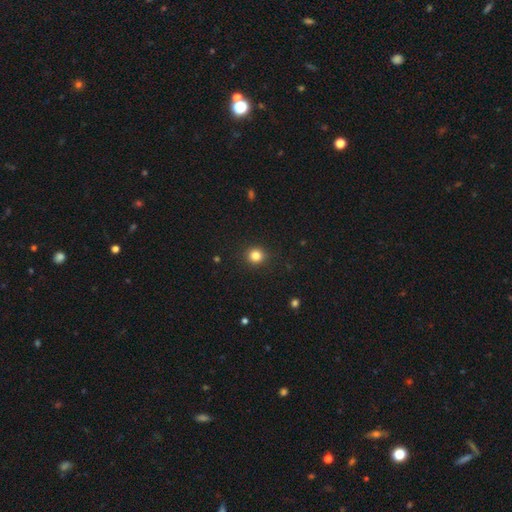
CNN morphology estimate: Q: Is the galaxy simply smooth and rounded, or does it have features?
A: smooth — 84%.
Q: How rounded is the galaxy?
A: round — 91%.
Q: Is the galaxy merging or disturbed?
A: none — 92%.